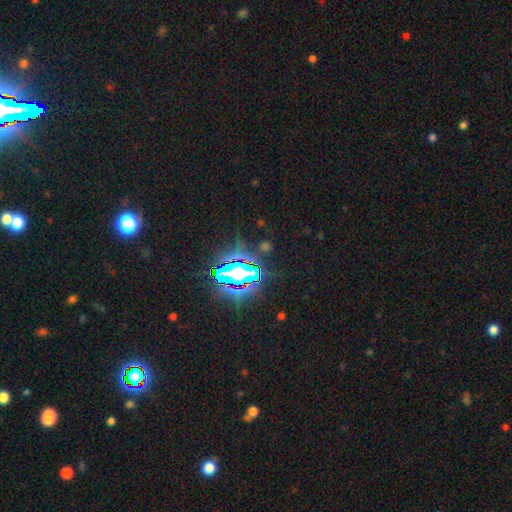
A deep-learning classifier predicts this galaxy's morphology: A star or artifact, not a galaxy (82%).

Vote fractions:
- Smooth or featured? star or artifact: 82% / smooth: 11% / featured or disk: 7%